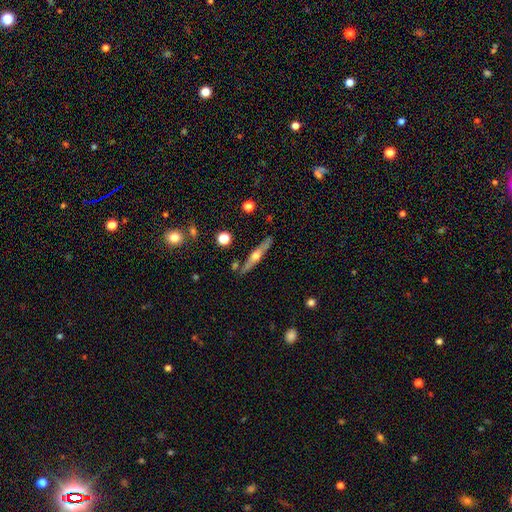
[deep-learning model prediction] smooth-or-featured: featured or disk: 63% | smooth: 30% | star or artifact: 6%
  disk-edge-on: yes: 94% | no: 6%
    edge-on-bulge: rounded: 91% | none: 5% | boxy: 4%
  merging: none: 82% | minor disturbance: 11% | merger: 4% | major disturbance: 2%